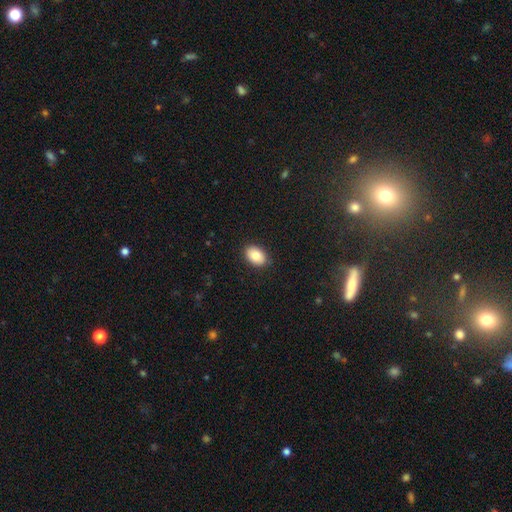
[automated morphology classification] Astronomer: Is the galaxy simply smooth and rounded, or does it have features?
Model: smooth — 84%.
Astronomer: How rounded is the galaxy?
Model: in between — 85%.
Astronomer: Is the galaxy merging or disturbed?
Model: none — 88%.